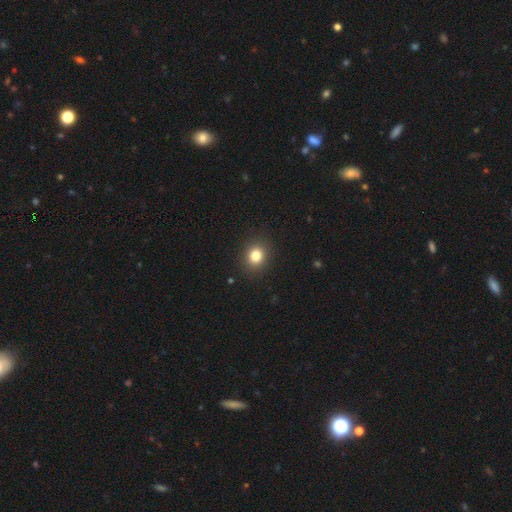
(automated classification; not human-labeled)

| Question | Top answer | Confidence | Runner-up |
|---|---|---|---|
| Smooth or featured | smooth | 82% | star or artifact (12%) |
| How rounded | round | 72% | in between (27%) |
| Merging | none | 90% | minor disturbance (6%) |